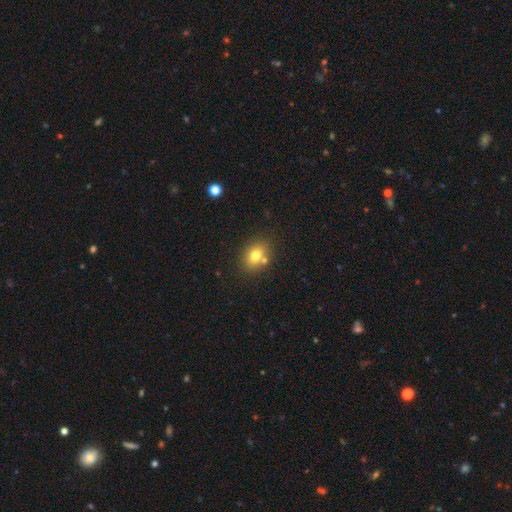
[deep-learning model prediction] Morphology: type=smooth (75%); roundness=in between (61%); merging=none (69%).